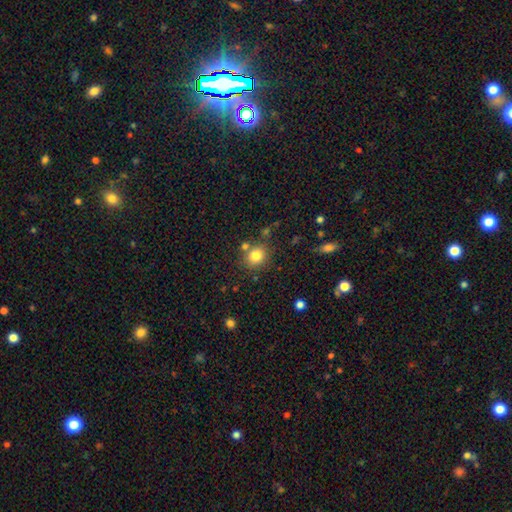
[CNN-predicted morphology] A smooth galaxy with no disk features (81%) that is round (77%).

Vote fractions:
- Smooth or featured? smooth: 81% / star or artifact: 12% / featured or disk: 7%
- How rounded? round: 77% / in between: 22% / cigar-shaped: 1%
- Merging? none: 74% / merger: 11% / minor disturbance: 11% / major disturbance: 4%